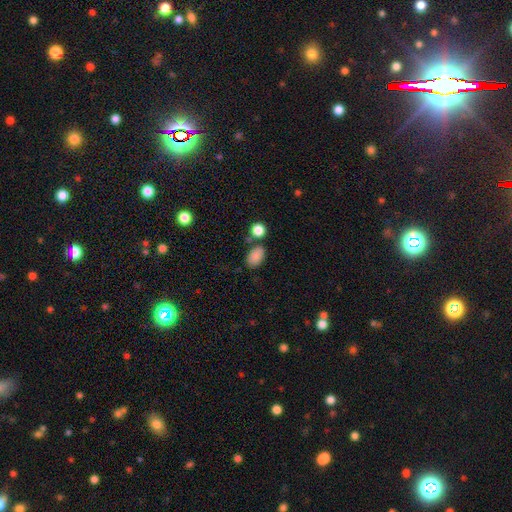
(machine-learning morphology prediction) This appears to be a smooth galaxy with no disk features (86%) that is in between round and cigar-shaped (86%). Merging: none (69%).